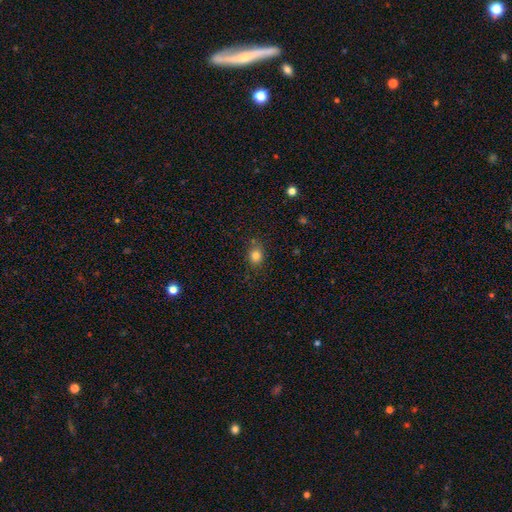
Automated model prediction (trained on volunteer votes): Smooth or featured: smooth — 82% (star or artifact — 12%)
How rounded: round — 65% (in between — 34%)
Merging: none — 79% (minor disturbance — 14%)